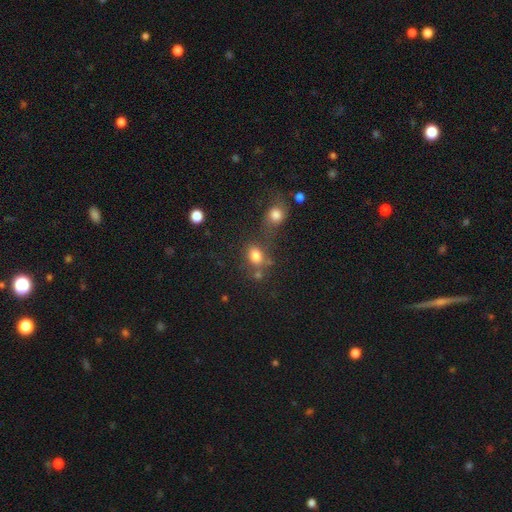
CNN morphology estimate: Smooth or featured? smooth (79%)
How rounded? in between (59%)
Merging? none (50%)